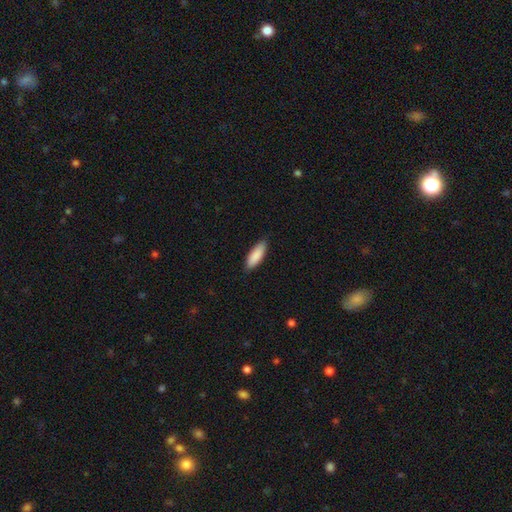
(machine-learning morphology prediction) Smooth or featured: smooth — 89% (featured or disk — 6%)
How rounded: in between — 58% (cigar-shaped — 41%)
Merging: none — 87% (minor disturbance — 10%)